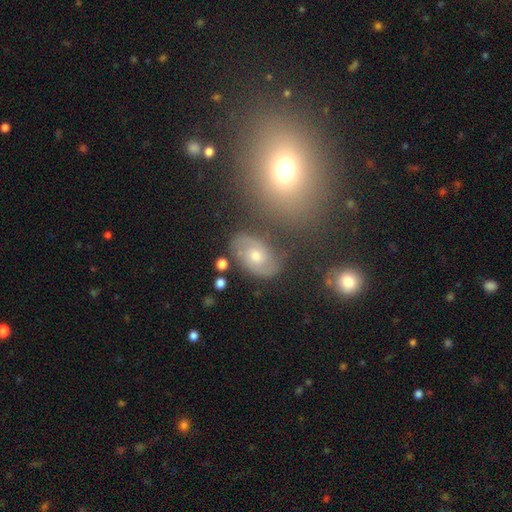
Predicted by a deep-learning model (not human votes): Smooth or featured: featured or disk — 69% (smooth — 21%)
Edge-on disk: no — 96% (yes — 4%)
Bar: no — 69% (weak — 26%)
Spiral arms: yes — 86% (no — 14%)
Spiral winding: tight — 42% (tied with medium — 42%)
Spiral arm count: 2 — 75% (can't tell — 15%)
Bulge size: moderate — 67% (small — 26%)
Merging: none — 74% (minor disturbance — 16%)